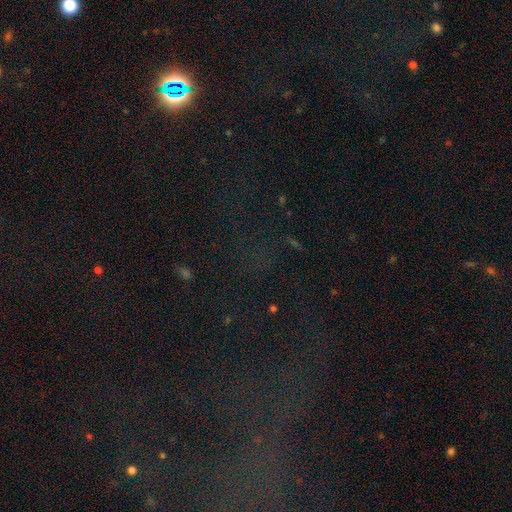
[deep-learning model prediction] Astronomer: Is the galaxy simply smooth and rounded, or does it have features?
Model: star or artifact — 73%.